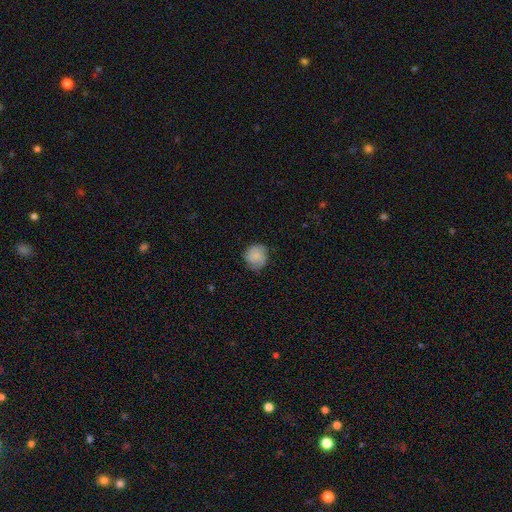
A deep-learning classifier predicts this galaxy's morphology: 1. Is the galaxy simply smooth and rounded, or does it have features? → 74% smooth, 19% featured or disk, 8% star or artifact.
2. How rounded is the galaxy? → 84% round, 15% in between, 1% cigar-shaped.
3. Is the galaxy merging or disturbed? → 73% none, 21% minor disturbance, 5% major disturbance, 1% merger.